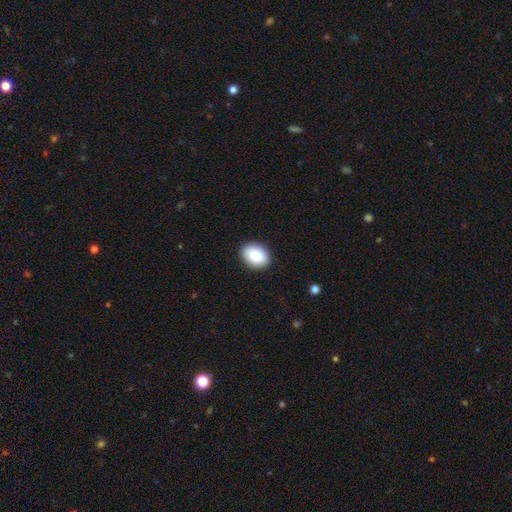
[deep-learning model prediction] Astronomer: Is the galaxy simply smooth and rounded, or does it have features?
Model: smooth — 86%.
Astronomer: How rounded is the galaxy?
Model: in between — 72%.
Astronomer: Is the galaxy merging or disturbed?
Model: none — 90%.